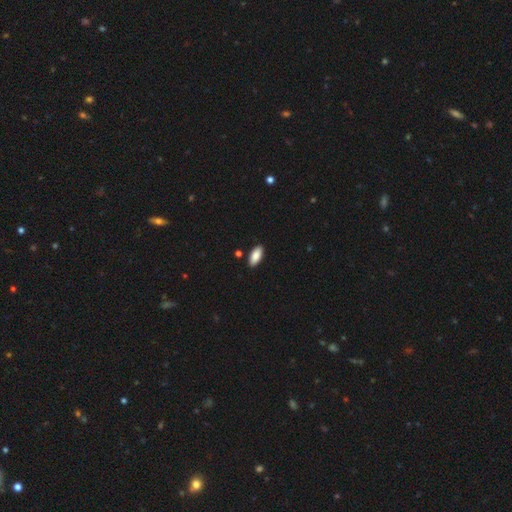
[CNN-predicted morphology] A smooth galaxy with no disk features (88%) that is in between round and cigar-shaped (89%).

Vote fractions:
- Smooth or featured? smooth: 88% / featured or disk: 6% / star or artifact: 6%
- How rounded? in between: 89% / cigar-shaped: 9% / round: 2%
- Merging? none: 88% / minor disturbance: 8% / major disturbance: 2% / merger: 1%